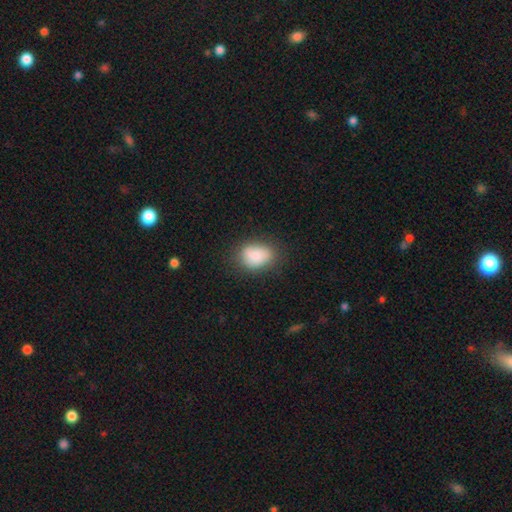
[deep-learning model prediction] This is clearly a smooth galaxy (84%). How rounded: likely in between (71%). Merging: likely none (73%).